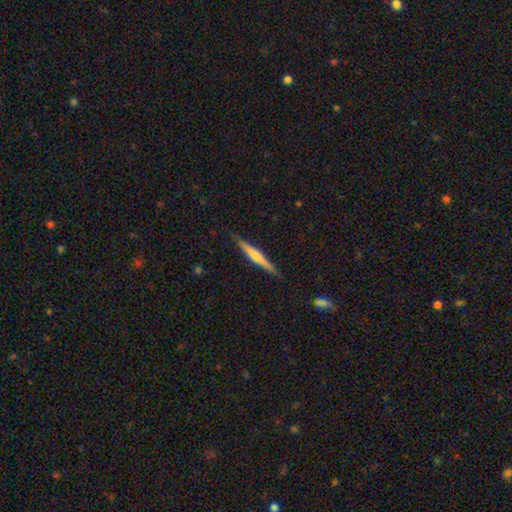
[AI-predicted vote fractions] Q: Smooth or featured?
A: featured or disk (55%); runner-up: smooth (39%)
Q: Edge-on disk?
A: yes (97%); runner-up: no (3%)
Q: Edge-on bulge?
A: rounded (57%); runner-up: none (30%)
Q: Merging?
A: none (89%); runner-up: minor disturbance (8%)